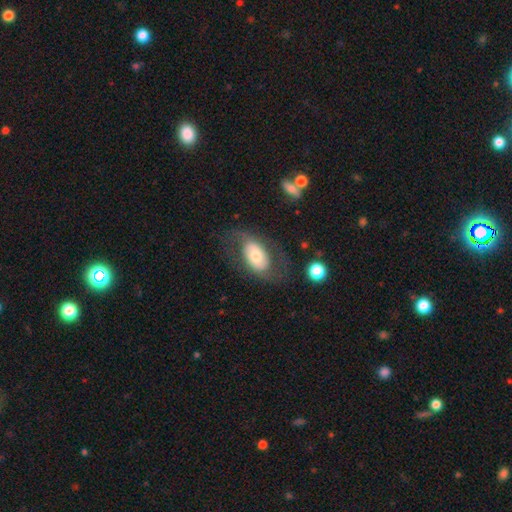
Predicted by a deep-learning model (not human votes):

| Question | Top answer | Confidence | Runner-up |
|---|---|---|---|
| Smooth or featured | featured or disk | 53% | smooth (40%) |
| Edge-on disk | no | 93% | yes (7%) |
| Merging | none | 62% | major disturbance (18%) |